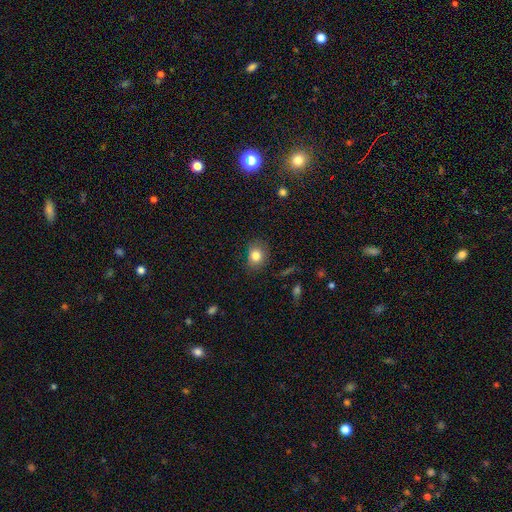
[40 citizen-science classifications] Smooth or featured? smooth (80%)
How rounded? round (69%)
Merging? none (77%)